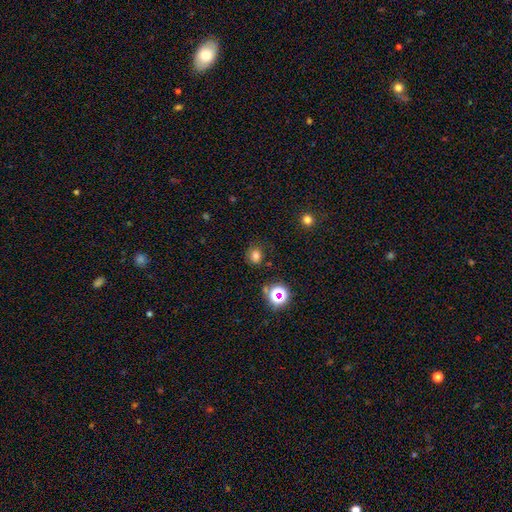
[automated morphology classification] The model was most divided on "how rounded": round: 74%, in between: 25%, cigar-shaped: 1%. More confident: merging — none (80%); smooth or featured — smooth (73%).